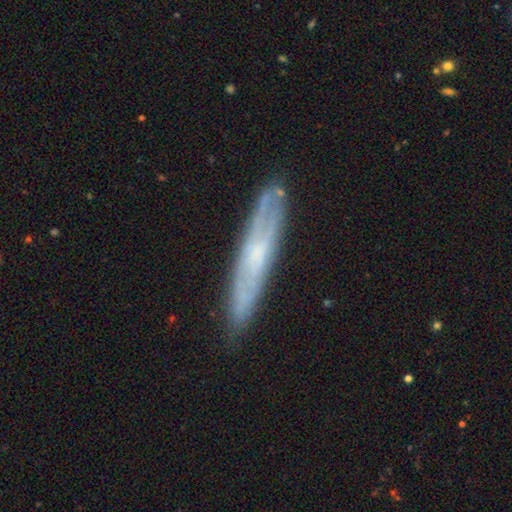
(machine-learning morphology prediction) Smooth or featured? Predicted: featured or disk (p=0.61). Edge-on disk? Predicted: yes (p=0.68). Merging? Predicted: none (p=0.83).